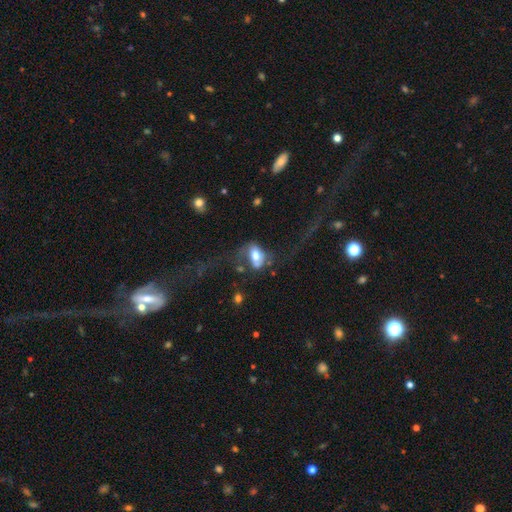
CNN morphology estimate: Smooth or featured? smooth (49%)
Merging? major disturbance (43%)